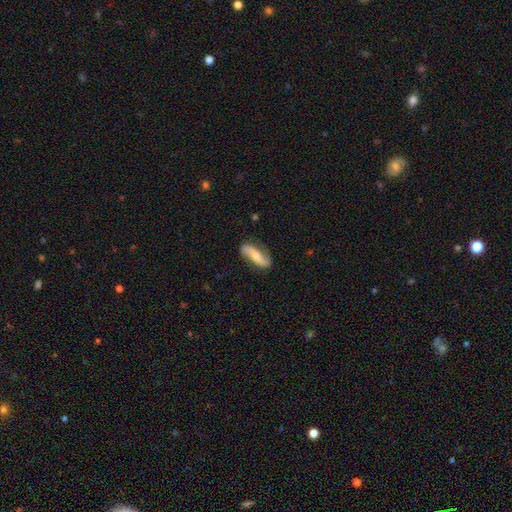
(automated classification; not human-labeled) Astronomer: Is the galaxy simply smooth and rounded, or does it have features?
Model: featured or disk — 62%.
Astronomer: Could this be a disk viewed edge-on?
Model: no — 86%.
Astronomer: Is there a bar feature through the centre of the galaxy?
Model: no — 51%.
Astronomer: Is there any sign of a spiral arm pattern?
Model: yes — 89%.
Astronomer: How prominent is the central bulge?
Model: moderate — 52% (runner-up: small, 38%).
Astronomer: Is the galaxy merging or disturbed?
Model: none — 79%.